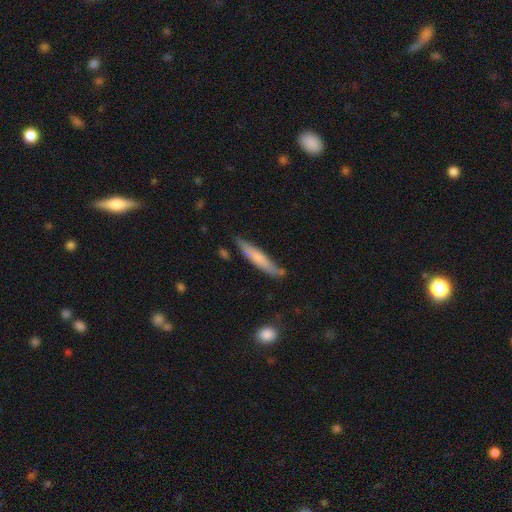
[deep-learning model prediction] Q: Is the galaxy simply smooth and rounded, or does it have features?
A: smooth — 64%.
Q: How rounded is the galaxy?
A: cigar-shaped — 91%.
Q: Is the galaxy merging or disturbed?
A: none — 77%.